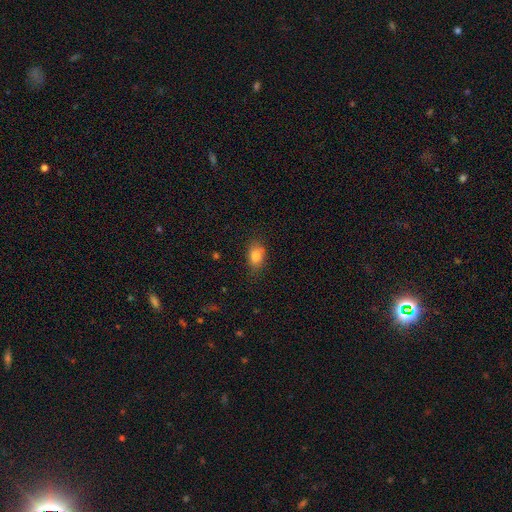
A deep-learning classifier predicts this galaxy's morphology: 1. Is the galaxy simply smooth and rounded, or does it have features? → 83% smooth, 9% star or artifact, 8% featured or disk.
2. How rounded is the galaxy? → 80% in between, 18% round, 2% cigar-shaped.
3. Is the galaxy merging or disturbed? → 72% none, 21% minor disturbance, 5% major disturbance, 1% merger.